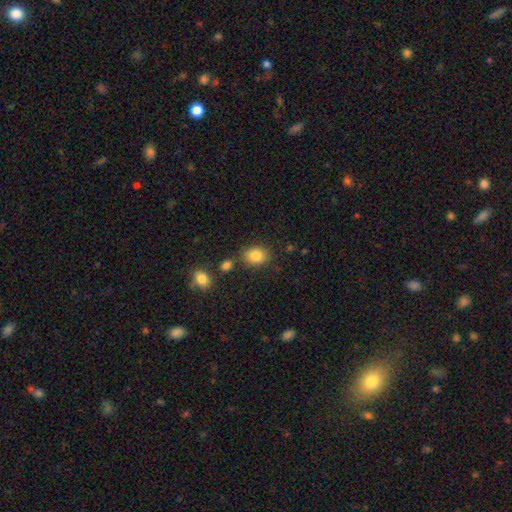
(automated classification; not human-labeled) smooth_or_featured: smooth (p=0.85) [alt: star or artifact p=0.09]
how_rounded: in between (p=0.63) [alt: round p=0.36]
merging: none (p=0.78) [alt: minor disturbance p=0.12]